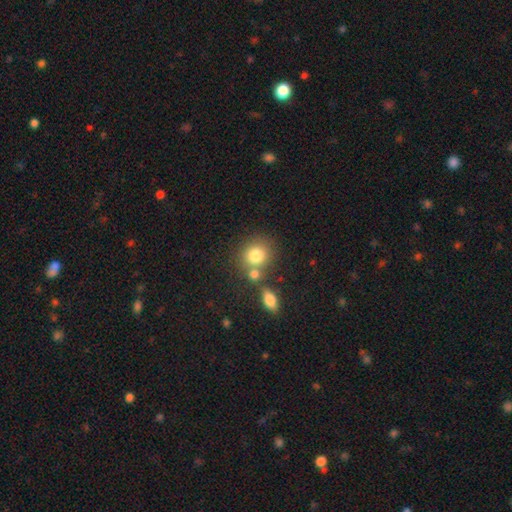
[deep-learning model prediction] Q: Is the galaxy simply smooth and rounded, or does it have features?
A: smooth — 80%.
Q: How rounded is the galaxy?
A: round — 77%.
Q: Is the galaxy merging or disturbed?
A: none — 55%.